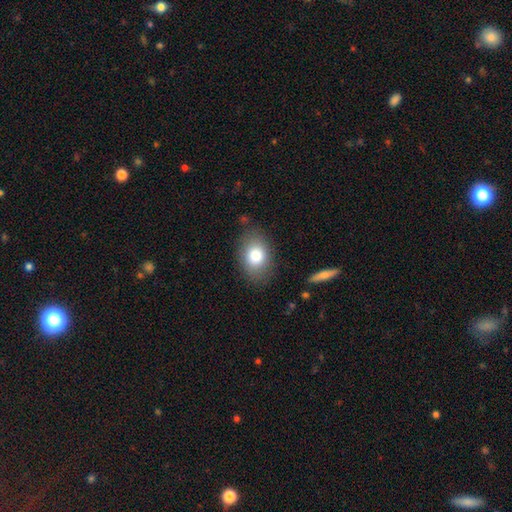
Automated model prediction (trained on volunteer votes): Morphology: type=smooth (80%); roundness=in between (73%); merging=none (81%).